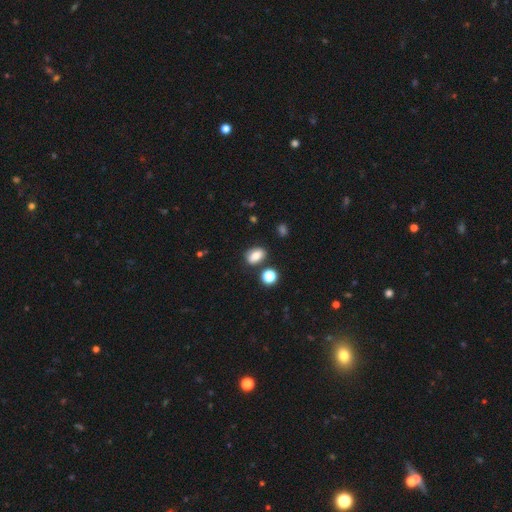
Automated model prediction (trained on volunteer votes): Smooth or featured? smooth (77%)
How rounded? in between (78%)
Merging? none (78%)